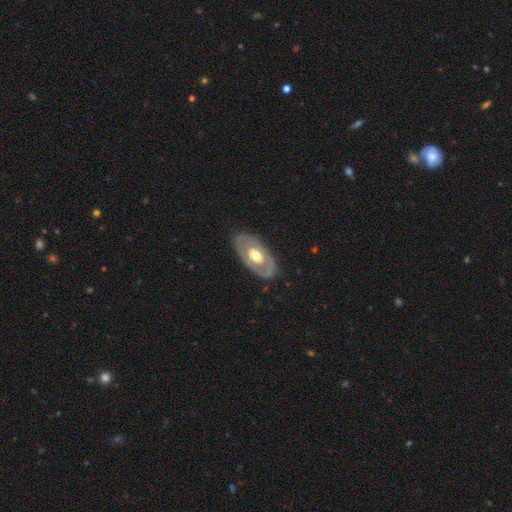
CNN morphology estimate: This appears to be a featured or disk galaxy (59%) with no bar (83%), no spiral arms (84%) and a moderate central bulge (67%). Merging: none (82%).